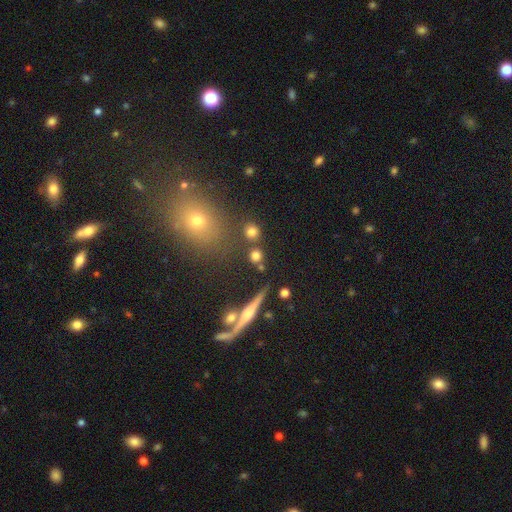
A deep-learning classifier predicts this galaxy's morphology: Smooth or featured? Predicted: smooth (p=0.75). How rounded? Predicted: round (p=0.84). Merging? Predicted: none (p=0.76).